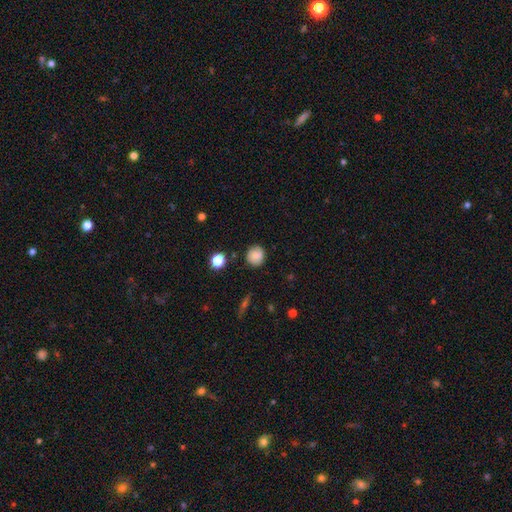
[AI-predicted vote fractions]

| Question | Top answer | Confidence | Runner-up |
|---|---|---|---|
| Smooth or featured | smooth | 82% | star or artifact (10%) |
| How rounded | round | 87% | in between (12%) |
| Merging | none | 81% | minor disturbance (14%) |